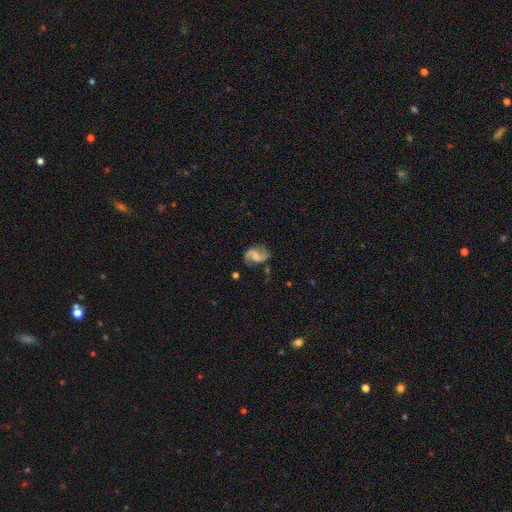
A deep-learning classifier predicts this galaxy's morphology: Q: Smooth or featured?
A: featured or disk (80%); runner-up: smooth (13%)
Q: Edge-on disk?
A: no (98%); runner-up: yes (2%)
Q: Bar?
A: weak (45%); runner-up: no (37%)
Q: Spiral arms?
A: yes (95%); runner-up: no (5%)
Q: Spiral winding?
A: loose (57%); runner-up: medium (35%)
Q: Spiral arm count?
A: 2 (91%); runner-up: can't tell (3%)
Q: Bulge size?
A: none (48%); runner-up: small (26%)
Q: Merging?
A: none (68%); runner-up: minor disturbance (18%)